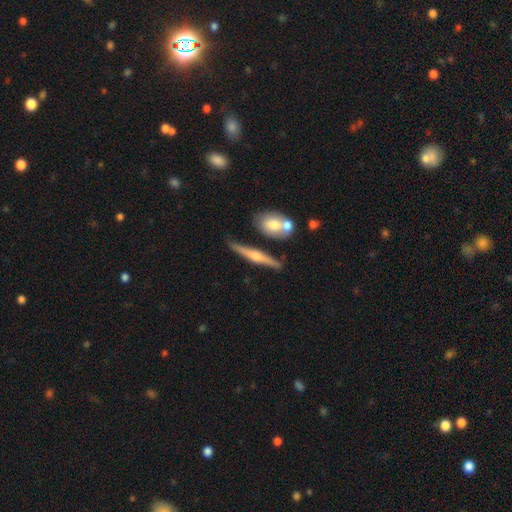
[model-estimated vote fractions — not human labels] The model was most divided on "smooth or featured": featured or disk: 72%, smooth: 23%, star or artifact: 6%. More confident: edge-on disk — yes (96%); edge-on bulge — rounded (90%); merging — none (78%).